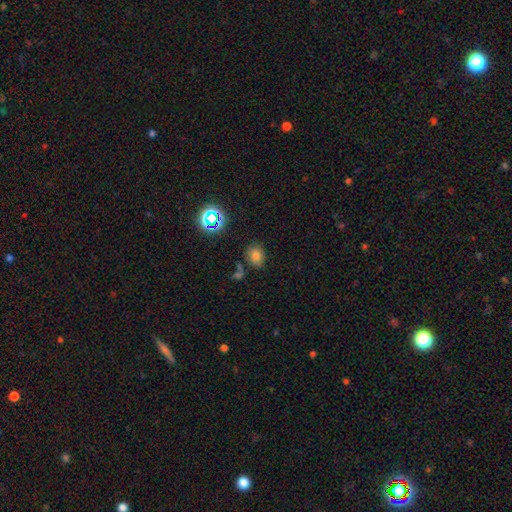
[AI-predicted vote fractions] Overall: smooth (72%). How rounded: round (57%; in between 41%). Merging: none (73%).